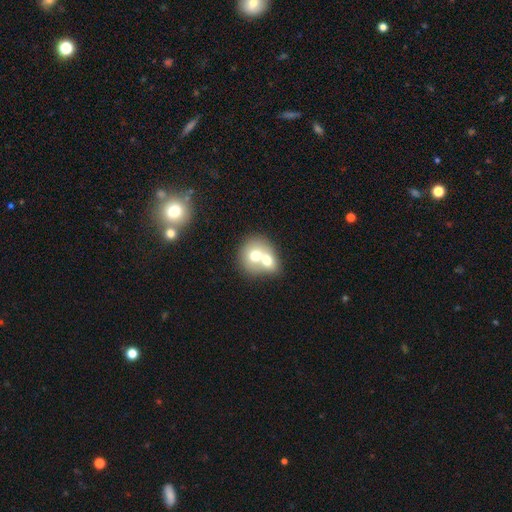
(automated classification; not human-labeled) The model was most divided on "smooth or featured": smooth: 66%, featured or disk: 26%, star or artifact: 9%. More confident: merging — merger (71%); how rounded — round (70%).